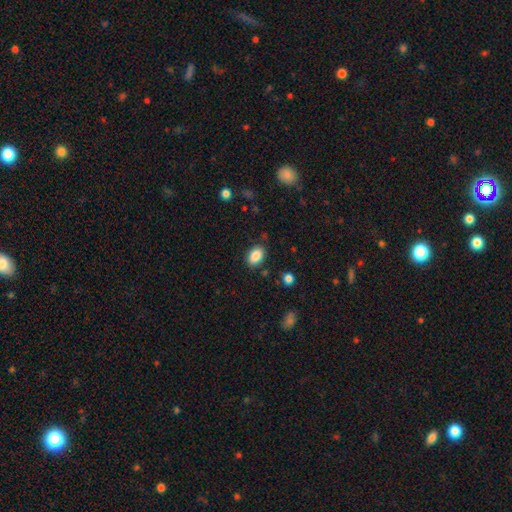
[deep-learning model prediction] smooth 87%, star or artifact 8%, featured or disk 5%. Down the decision tree: how rounded — in between (84%); merging — none (85%).